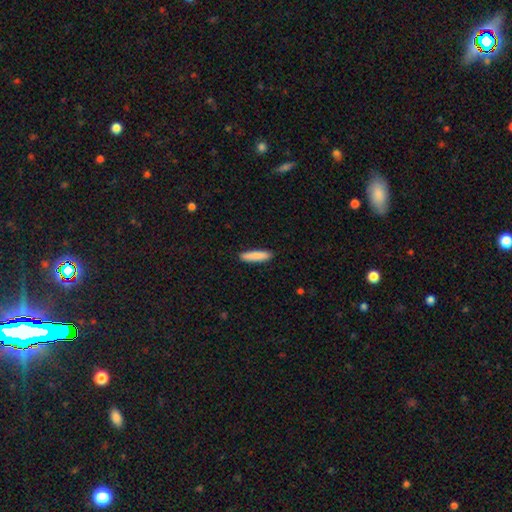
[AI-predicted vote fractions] This appears to be a smooth galaxy with no disk features (88%) that is cigar-shaped (80%). Merging: none (91%).